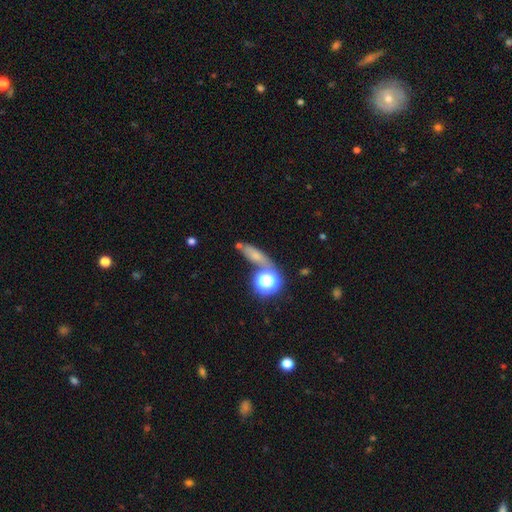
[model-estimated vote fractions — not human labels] Smooth or featured? Predicted: smooth (p=0.58). How rounded? Predicted: cigar-shaped (p=0.40). Merging? Predicted: none (p=0.59).